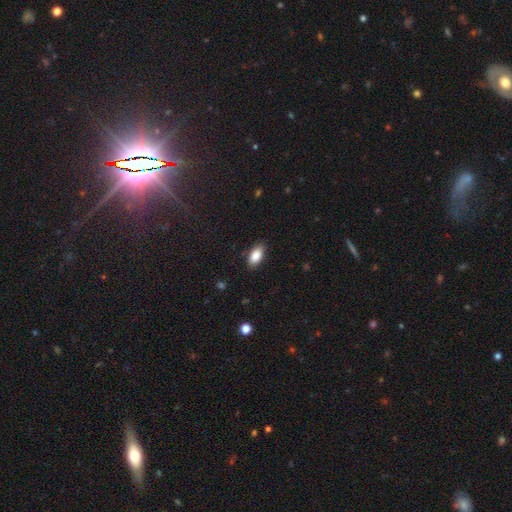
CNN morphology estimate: A smooth galaxy with no disk features (86%) that is in between round and cigar-shaped (92%).

Vote fractions:
- Smooth or featured? smooth: 86% / star or artifact: 7% / featured or disk: 7%
- How rounded? in between: 92% / cigar-shaped: 5% / round: 3%
- Merging? none: 85% / minor disturbance: 11% / major disturbance: 2% / merger: 1%